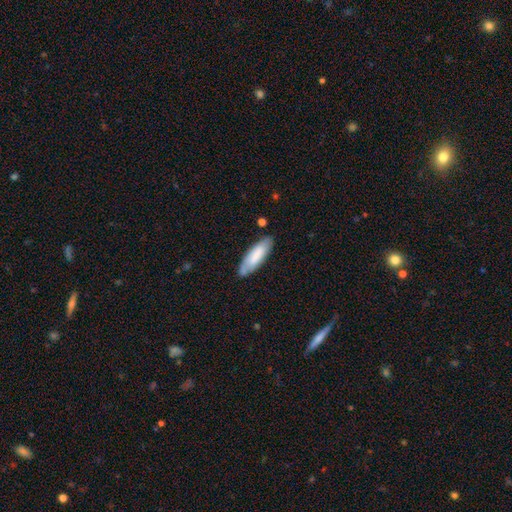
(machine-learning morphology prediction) A smooth galaxy with no disk features (75%) that is in between round and cigar-shaped (52%). Merging: none (79%).